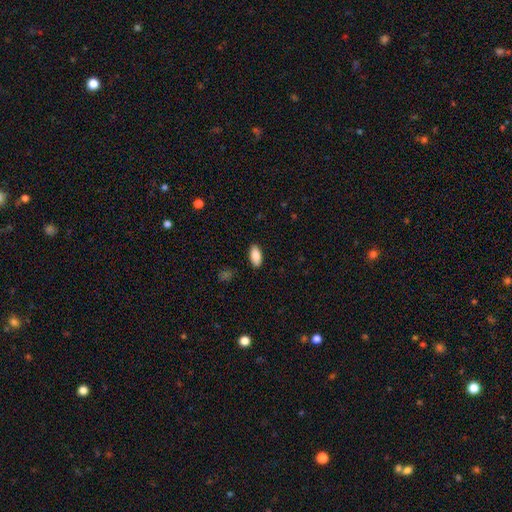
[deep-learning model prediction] A smooth galaxy with no disk features (87%) that is in between round and cigar-shaped (90%). Merging: none (88%).